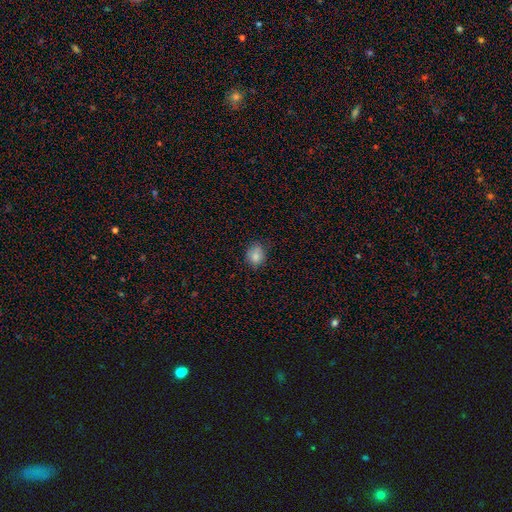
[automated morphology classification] smooth_or_featured: smooth (p=0.81) [alt: star or artifact p=0.11]
how_rounded: round (p=0.65) [alt: in between p=0.34]
merging: none (p=0.72) [alt: minor disturbance p=0.21]